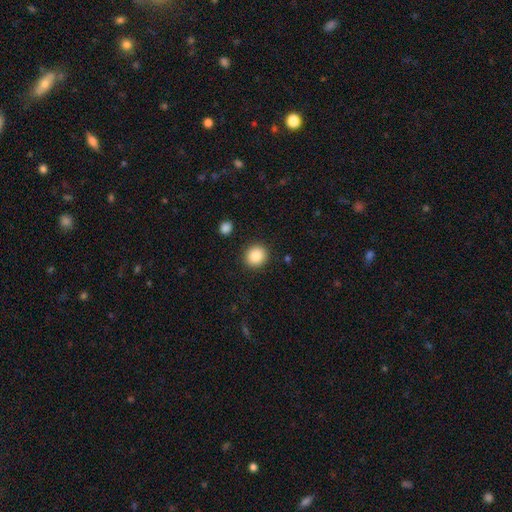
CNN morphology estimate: The model was most divided on "how rounded": round: 87%, in between: 12%, cigar-shaped: 1%. More confident: merging — none (90%); smooth or featured — smooth (86%).